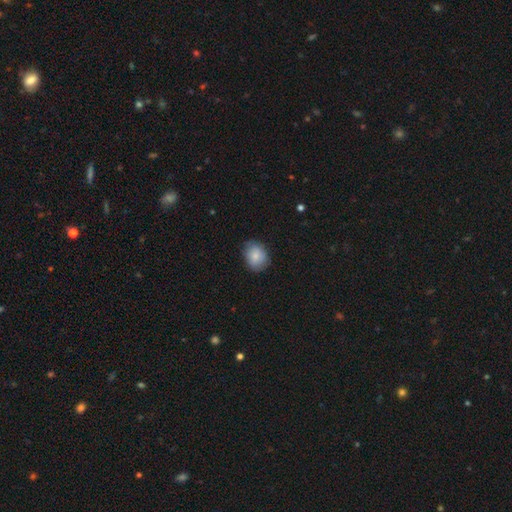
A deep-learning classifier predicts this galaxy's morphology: Smooth or featured?
  - smooth: 83% *
  - featured or disk: 10%
  - star or artifact: 7%
How rounded?
  - in between: 54% *
  - round: 45%
  - cigar-shaped: 1%
Merging?
  - none: 77% *
  - minor disturbance: 18%
  - major disturbance: 4%
  - merger: 1%